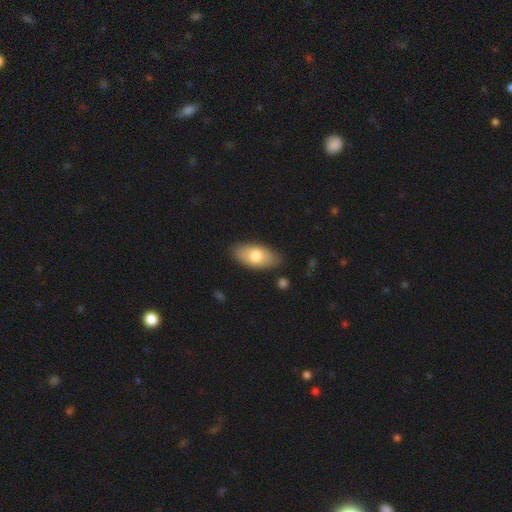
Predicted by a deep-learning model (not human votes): smooth-or-featured: smooth: 73% | featured or disk: 21% | star or artifact: 6%
  how-rounded: in between: 92% | cigar-shaped: 5% | round: 4%
  merging: none: 83% | minor disturbance: 12% | major disturbance: 3% | merger: 2%